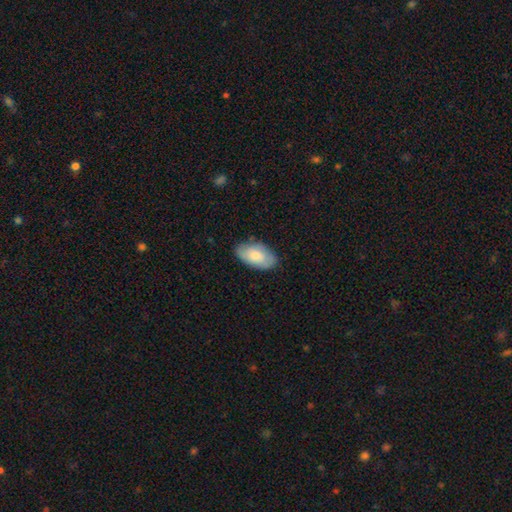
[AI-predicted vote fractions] Overall: smooth (75%). How rounded: in between (95%). Merging: none (78%).